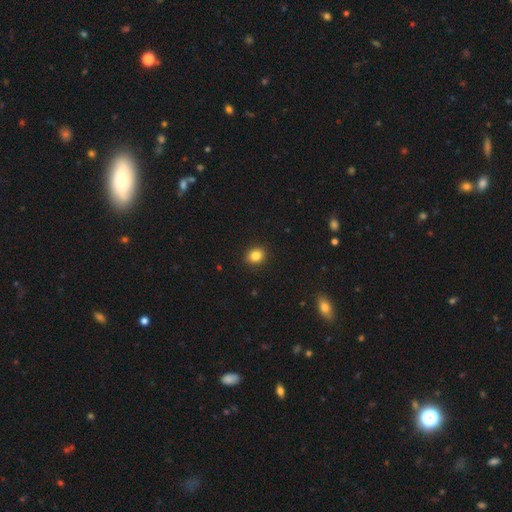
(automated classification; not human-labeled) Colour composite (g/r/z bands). It shows a smooth galaxy with no disk features (85%) that is round (61%). Merging: none (90%).